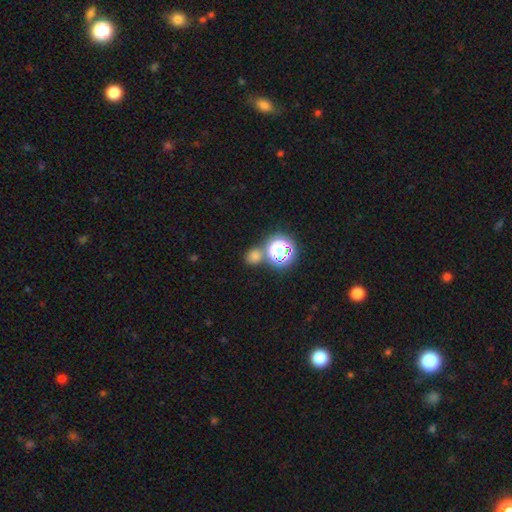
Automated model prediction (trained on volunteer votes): The model was most divided on "smooth or featured": smooth: 62%, star or artifact: 32%, featured or disk: 6%. More confident: how rounded — round (78%); merging — none (69%).